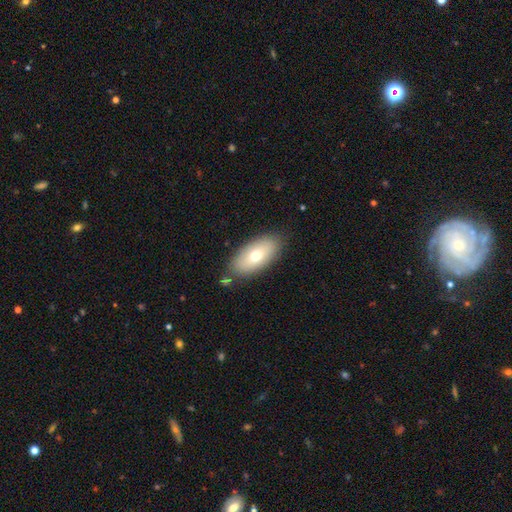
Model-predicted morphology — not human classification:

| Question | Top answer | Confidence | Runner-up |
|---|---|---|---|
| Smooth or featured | smooth | 68% | featured or disk (24%) |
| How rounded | in between | 90% | cigar-shaped (6%) |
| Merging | none | 82% | minor disturbance (12%) |